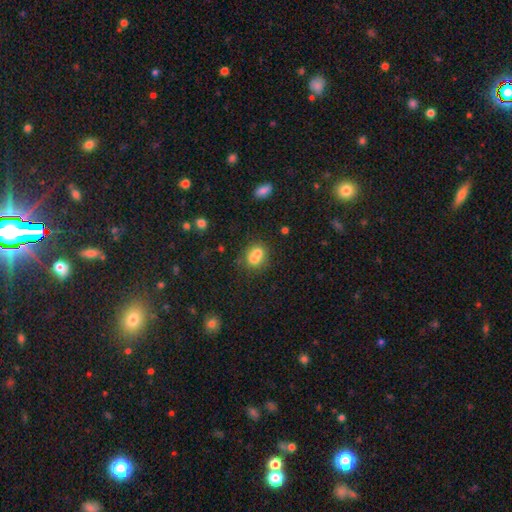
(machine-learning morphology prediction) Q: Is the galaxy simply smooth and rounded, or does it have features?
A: smooth — 68%.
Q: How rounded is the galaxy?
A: round — 60%.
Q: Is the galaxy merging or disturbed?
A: merger — 60%.